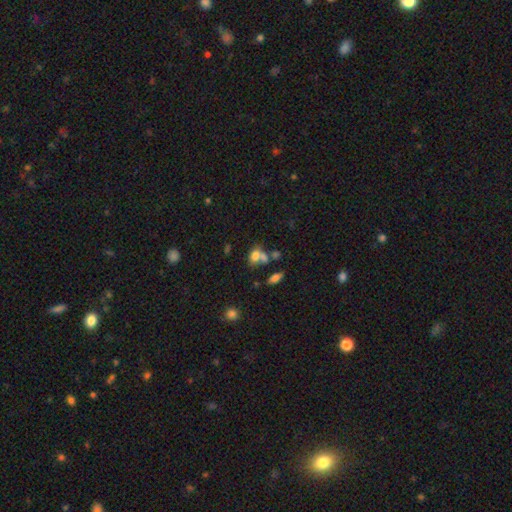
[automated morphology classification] smooth_or_featured: smooth (p=0.72) [alt: featured or disk p=0.14]
how_rounded: in between (p=0.72) [alt: round p=0.25]
merging: merger (p=0.41) [alt: none p=0.37]